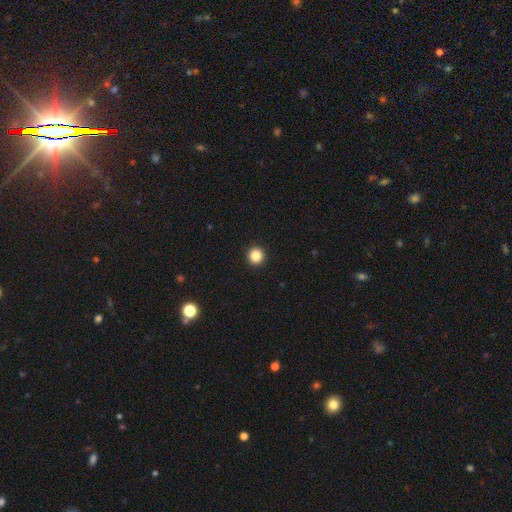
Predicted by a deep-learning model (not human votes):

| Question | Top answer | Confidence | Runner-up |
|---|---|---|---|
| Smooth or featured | smooth | 85% | star or artifact (11%) |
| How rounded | round | 96% | in between (3%) |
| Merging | none | 94% | minor disturbance (4%) |